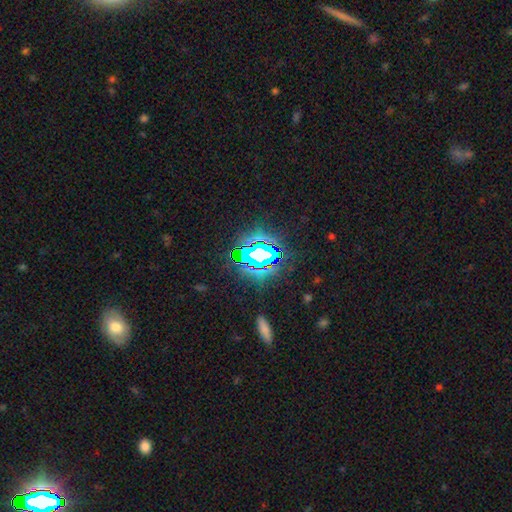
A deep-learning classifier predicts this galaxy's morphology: type=star or artifact (73%).